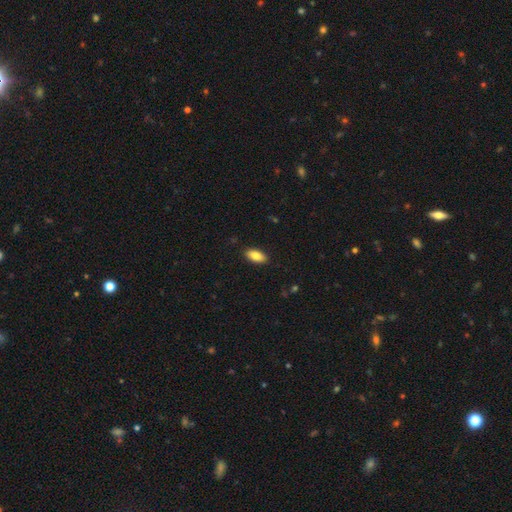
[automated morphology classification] Smooth or featured? smooth (84%)
How rounded? in between (91%)
Merging? none (89%)